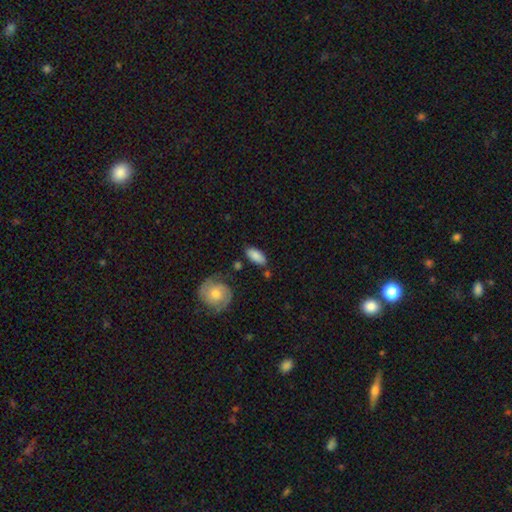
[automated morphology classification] Smooth or featured? smooth (82%)
How rounded? in between (86%)
Merging? none (76%)